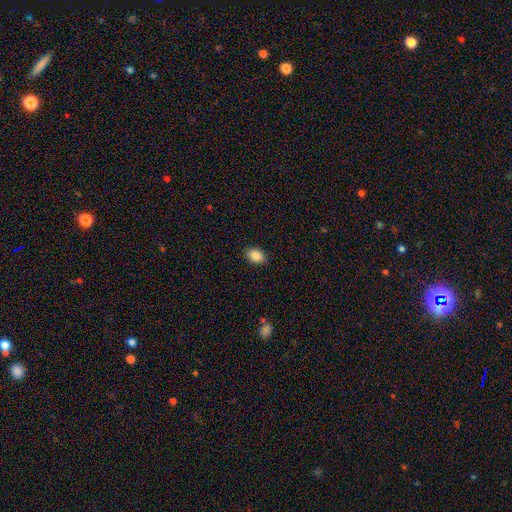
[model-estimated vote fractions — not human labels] Smooth or featured: smooth — 87% (star or artifact — 8%)
How rounded: in between — 78% (round — 21%)
Merging: none — 88% (minor disturbance — 9%)